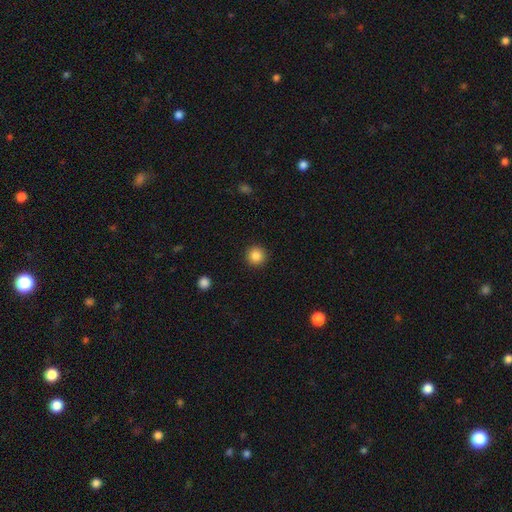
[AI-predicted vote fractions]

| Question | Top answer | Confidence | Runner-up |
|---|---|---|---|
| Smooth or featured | smooth | 86% | star or artifact (10%) |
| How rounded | round | 95% | in between (4%) |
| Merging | none | 92% | minor disturbance (5%) |